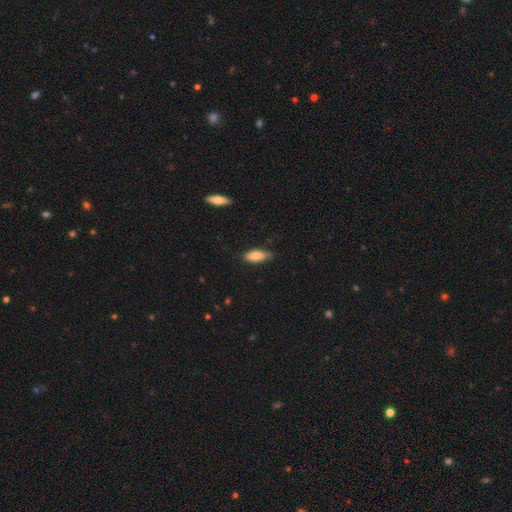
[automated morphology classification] type=smooth (81%); roundness=in between (78%); merging=none (70%).